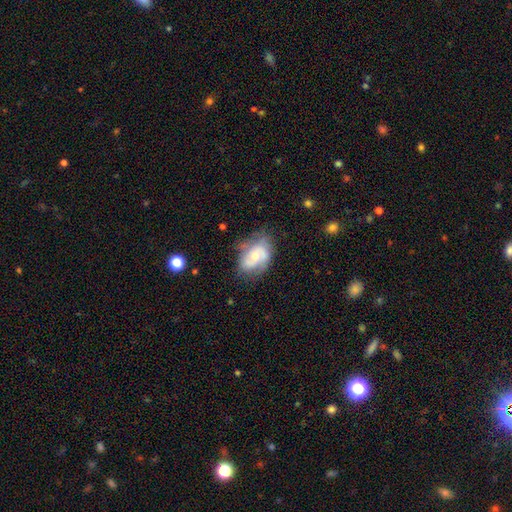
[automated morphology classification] type=featured or disk (56%); edge-on=no (96%); bar=no (68%); spiral arms=yes (71%); bulge=moderate (53%); merging=none (54%).